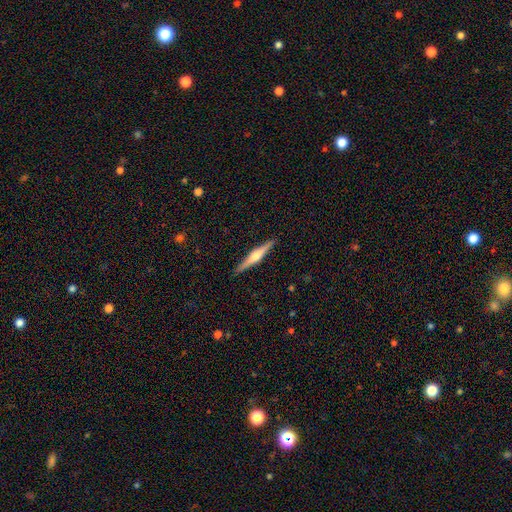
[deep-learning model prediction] featured or disk 70%, smooth 25%, star or artifact 5%. Down the decision tree: edge-on disk — yes (98%); edge-on bulge — rounded (90%); merging — none (91%).